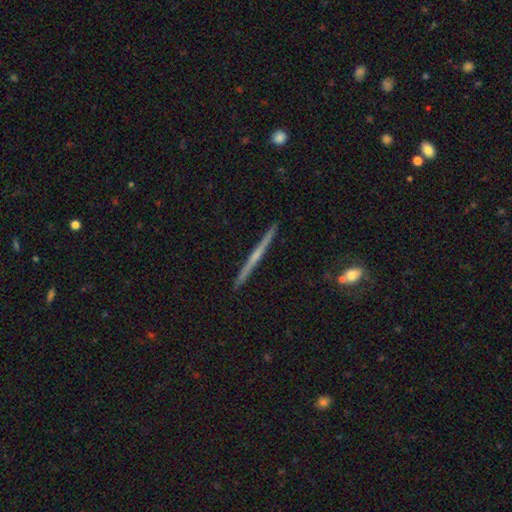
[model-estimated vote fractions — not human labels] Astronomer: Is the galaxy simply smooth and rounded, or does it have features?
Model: featured or disk — 72%.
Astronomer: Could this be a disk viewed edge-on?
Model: yes — 98%.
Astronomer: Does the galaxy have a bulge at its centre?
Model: rounded — 49% (runner-up: none, 45%).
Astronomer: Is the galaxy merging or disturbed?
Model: none — 92%.